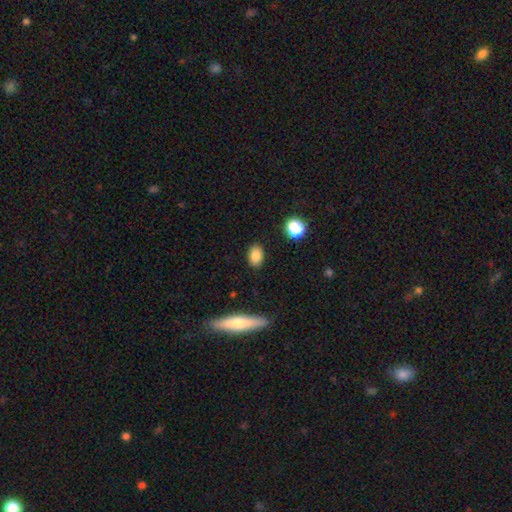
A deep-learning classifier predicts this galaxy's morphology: Smooth or featured? smooth (84%)
How rounded? in between (82%)
Merging? none (87%)